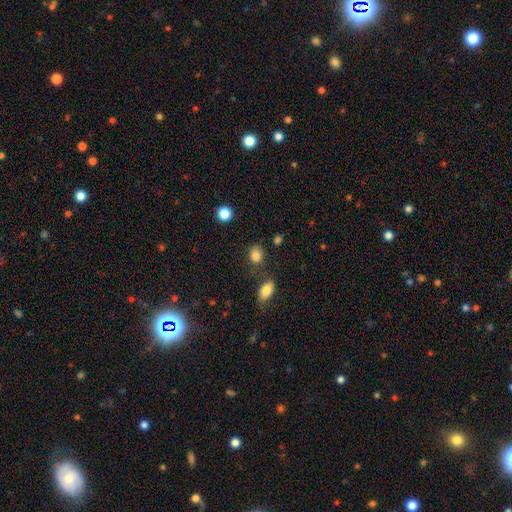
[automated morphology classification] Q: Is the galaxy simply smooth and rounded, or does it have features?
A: smooth — 85%.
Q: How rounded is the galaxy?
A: in between — 51%.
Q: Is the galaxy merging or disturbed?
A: none — 66%.